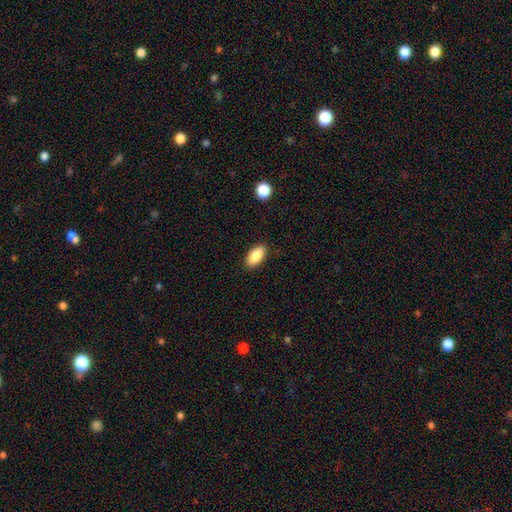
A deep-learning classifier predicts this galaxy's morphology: This appears to be a smooth galaxy with no disk features (88%) that is in between round and cigar-shaped (93%). Merging: none (89%).